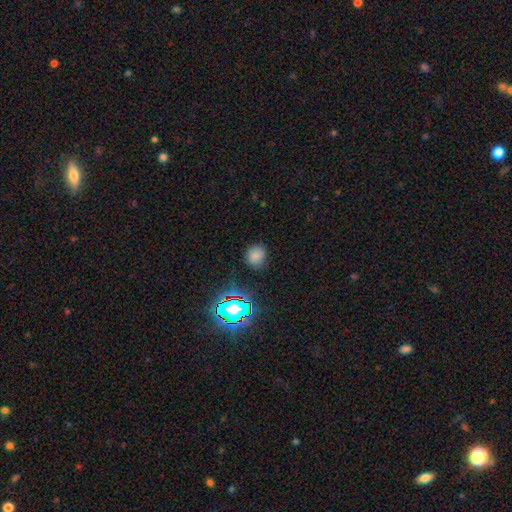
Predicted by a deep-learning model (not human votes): Morphology: type=smooth (73%); roundness=round (79%); merging=none (81%).